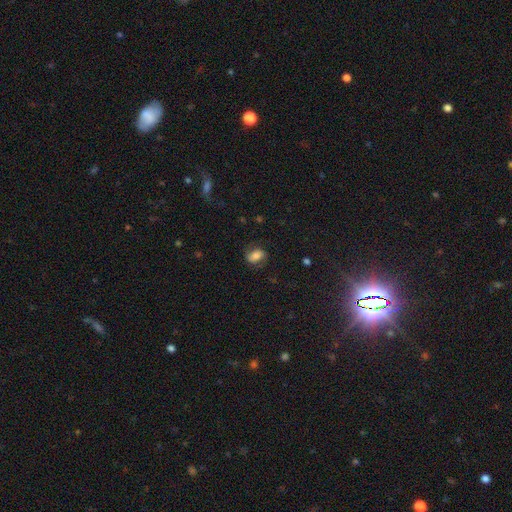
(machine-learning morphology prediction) smooth 56%, featured or disk 34%, star or artifact 10%. Down the decision tree: how rounded — in between (71%); merging — none (70%).